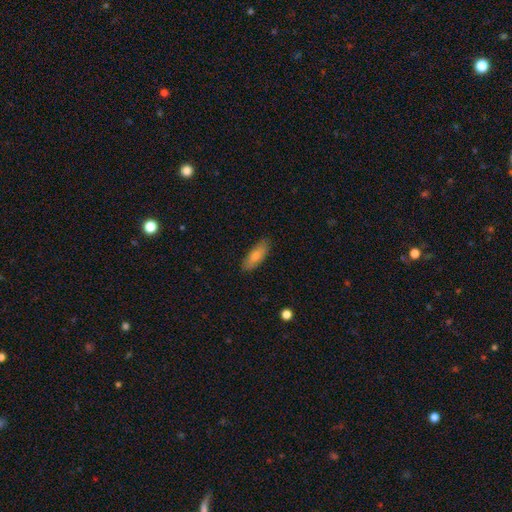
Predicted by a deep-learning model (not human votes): Overall: smooth (80%). How rounded: in between (70%). Merging: none (84%).